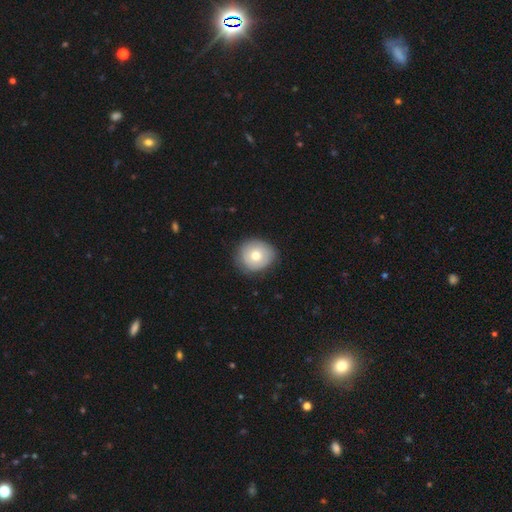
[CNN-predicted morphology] This appears to be a smooth galaxy with no disk features (70%) that is round (83%). Merging: none (81%).